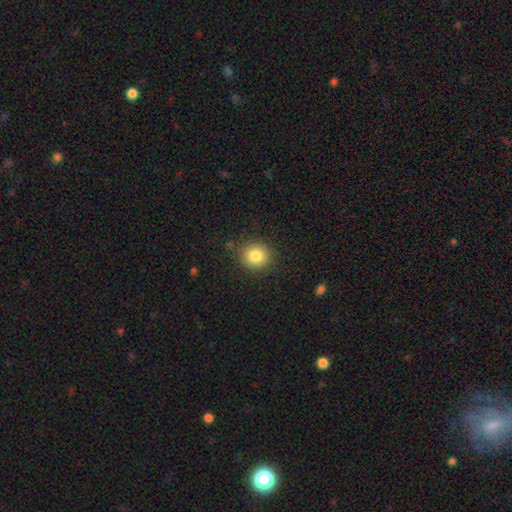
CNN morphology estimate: Smooth or featured?
  - smooth: 83% *
  - star or artifact: 11%
  - featured or disk: 7%
How rounded?
  - round: 86% *
  - in between: 13%
  - cigar-shaped: 1%
Merging?
  - none: 88% *
  - minor disturbance: 8%
  - major disturbance: 3%
  - merger: 1%